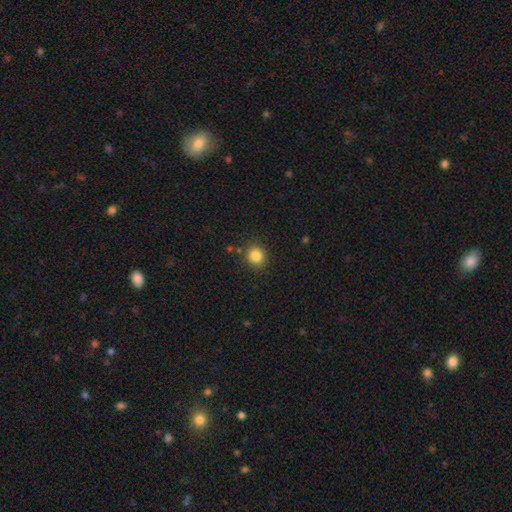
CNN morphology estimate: Smooth or featured? smooth (84%)
How rounded? round (84%)
Merging? none (86%)